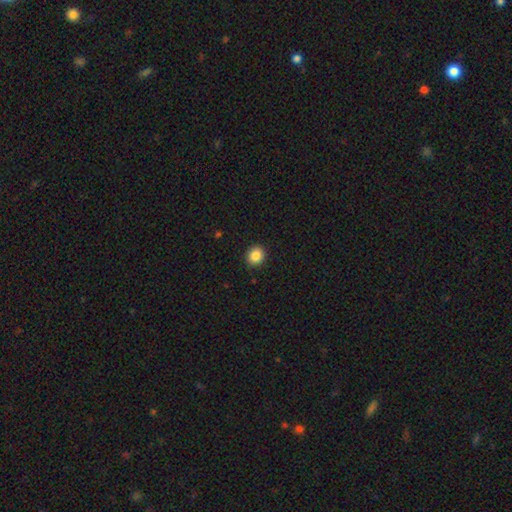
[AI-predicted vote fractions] The model was most divided on "how rounded": round: 76%, in between: 23%, cigar-shaped: 1%. More confident: merging — none (92%); smooth or featured — smooth (86%).